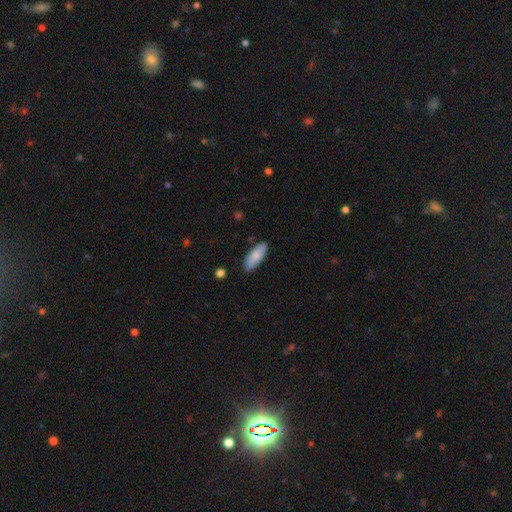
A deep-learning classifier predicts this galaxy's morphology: smooth_or_featured: smooth (p=0.82) [alt: featured or disk p=0.12]
how_rounded: in between (p=0.70) [alt: cigar-shaped p=0.28]
merging: none (p=0.83) [alt: minor disturbance p=0.13]